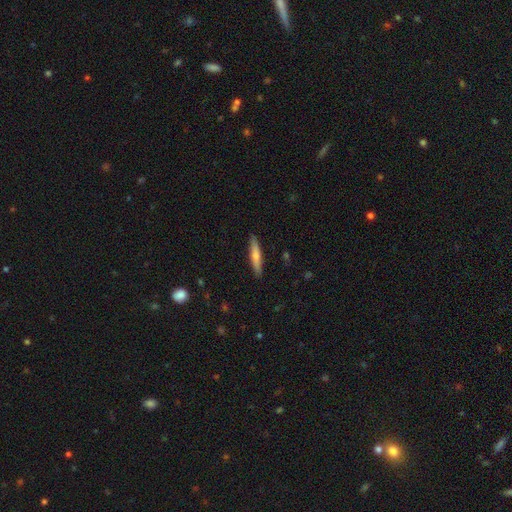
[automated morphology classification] smooth-or-featured: smooth: 60% | featured or disk: 34% | star or artifact: 6%
  how-rounded: cigar-shaped: 90% | in between: 9% | round: 1%
  merging: none: 90% | minor disturbance: 8% | major disturbance: 2% | merger: 1%